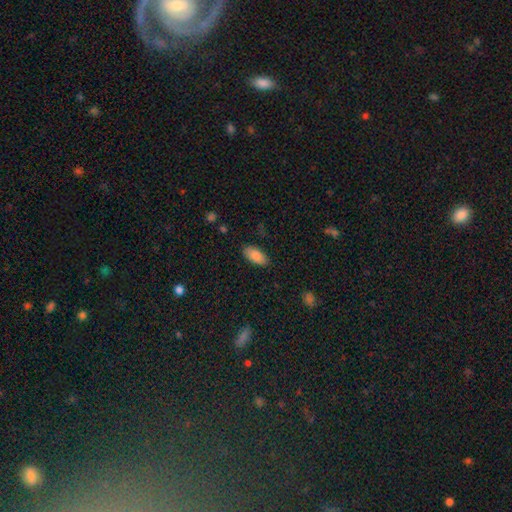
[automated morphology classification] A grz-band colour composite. It shows a smooth galaxy with no disk features (87%) that is in between round and cigar-shaped (91%). Merging: none (86%).